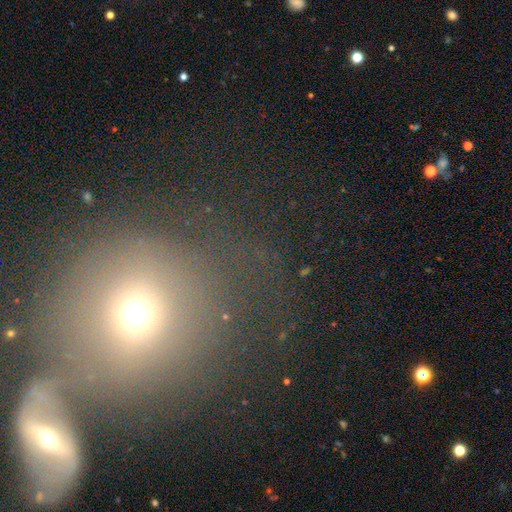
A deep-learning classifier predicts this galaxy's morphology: Smooth or featured? Predicted: smooth (p=0.53). How rounded? Predicted: round (p=0.86). Merging? Predicted: none (p=0.56).